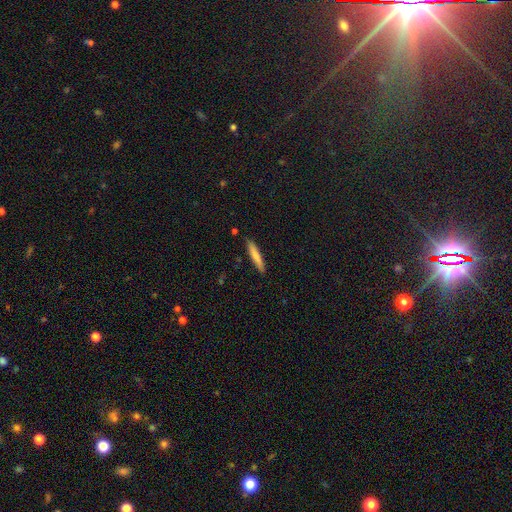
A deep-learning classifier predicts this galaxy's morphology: smooth_or_featured: smooth (p=0.74) [alt: featured or disk p=0.20]
how_rounded: cigar-shaped (p=0.93) [alt: in between p=0.06]
merging: none (p=0.87) [alt: minor disturbance p=0.09]